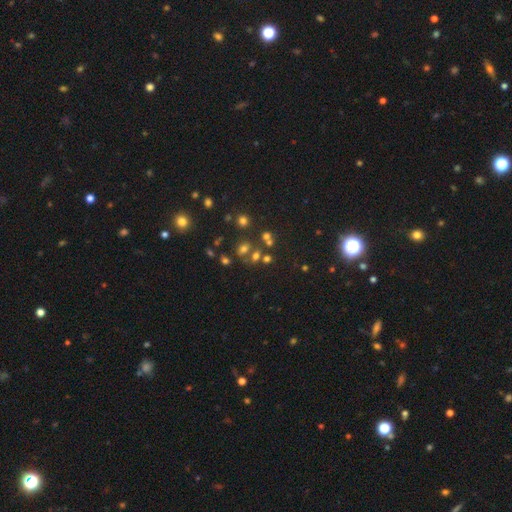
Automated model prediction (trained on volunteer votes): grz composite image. It shows a smooth galaxy with no disk features (48%). Merging: none (56%).